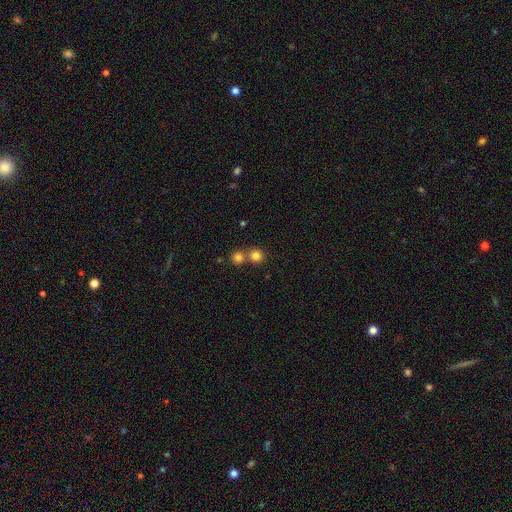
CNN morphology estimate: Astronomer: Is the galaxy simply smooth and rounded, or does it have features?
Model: smooth — 81%.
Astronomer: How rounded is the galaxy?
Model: round — 91%.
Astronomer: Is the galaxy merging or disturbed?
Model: none — 59%.